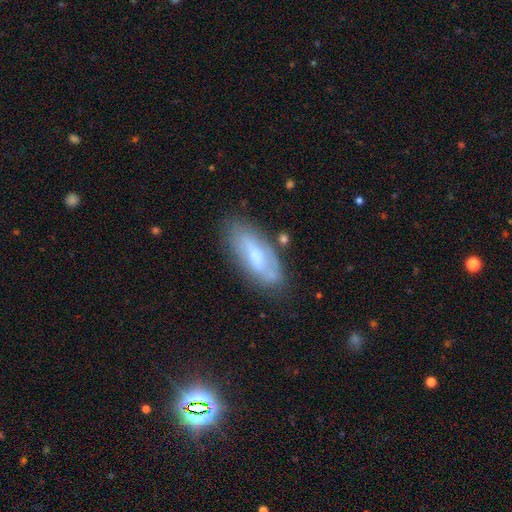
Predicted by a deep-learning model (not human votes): Q: Smooth or featured?
A: featured or disk (49%); runner-up: smooth (43%)
Q: Merging?
A: none (70%); runner-up: minor disturbance (20%)